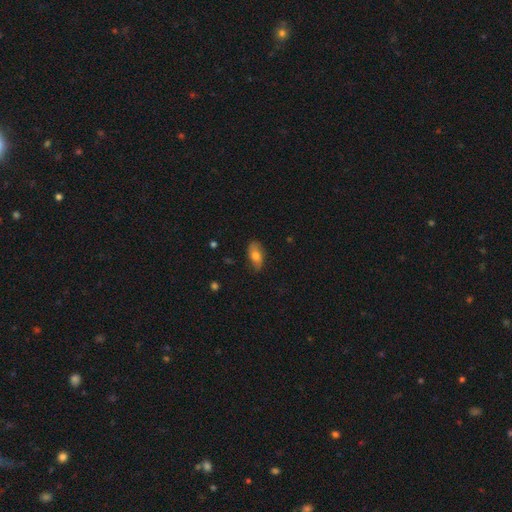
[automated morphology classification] Smooth or featured? smooth (70%)
How rounded? in between (88%)
Merging? none (78%)